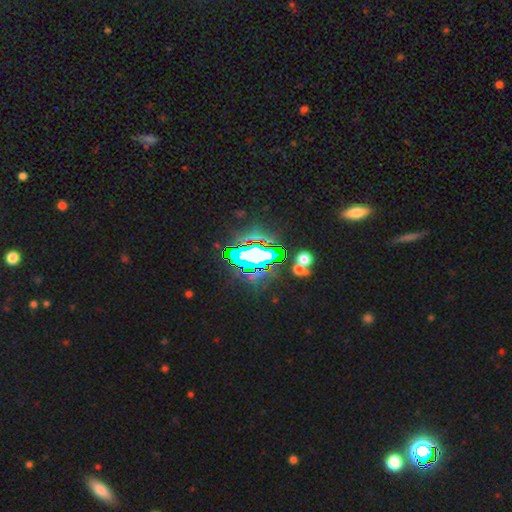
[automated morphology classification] The model was most divided on "smooth or featured": star or artifact: 67%, smooth: 16%, featured or disk: 16%.